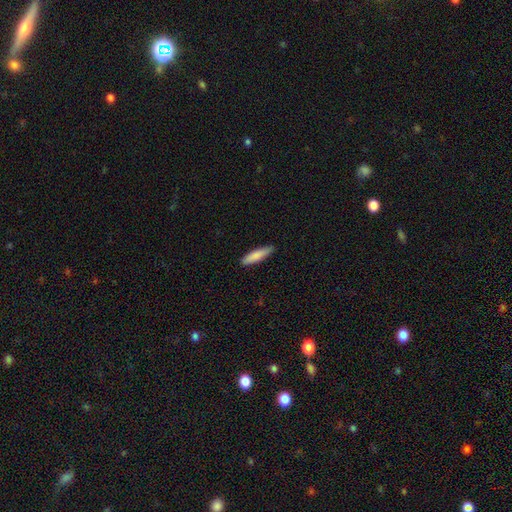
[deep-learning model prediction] Overall: smooth (82%). How rounded: cigar-shaped (74%). Merging: none (88%).